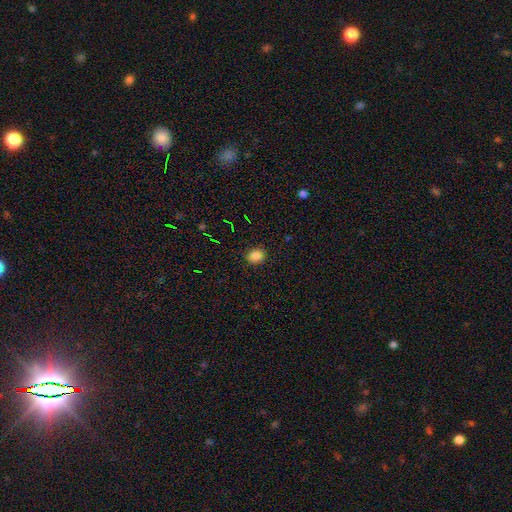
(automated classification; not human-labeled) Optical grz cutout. It shows a smooth galaxy with no disk features (84%) that is round (52%). Merging: none (88%).